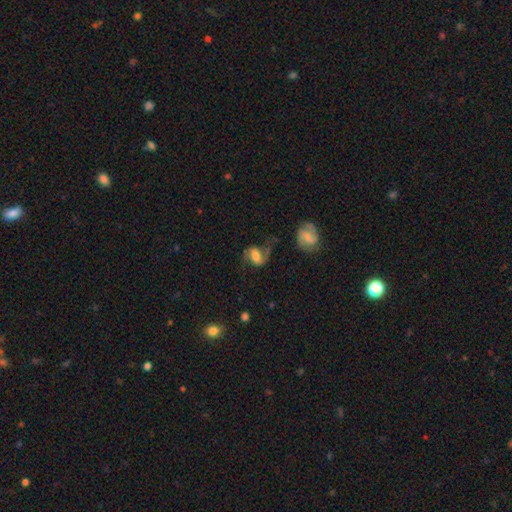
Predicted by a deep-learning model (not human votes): This appears to be a featured or disk galaxy (65%) with a weak bar (44%), 2 (87%) loose (47%) spiral arms (90%) and a moderate central bulge (43%). Merging: none (53%).